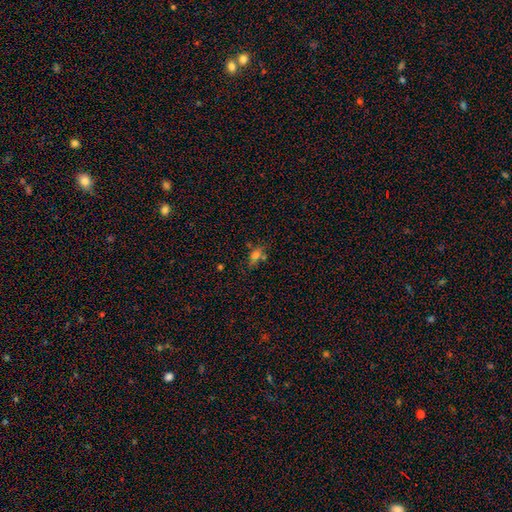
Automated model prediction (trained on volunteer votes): Morphology: type=smooth (63%); roundness=in between (70%); merging=none (59%).